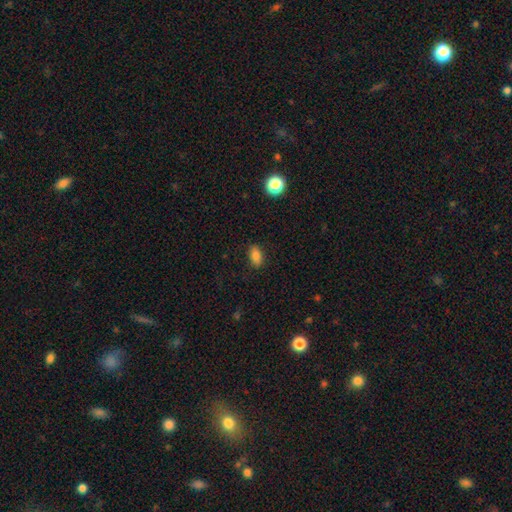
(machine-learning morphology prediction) type=smooth (83%); roundness=in between (88%); merging=none (85%).